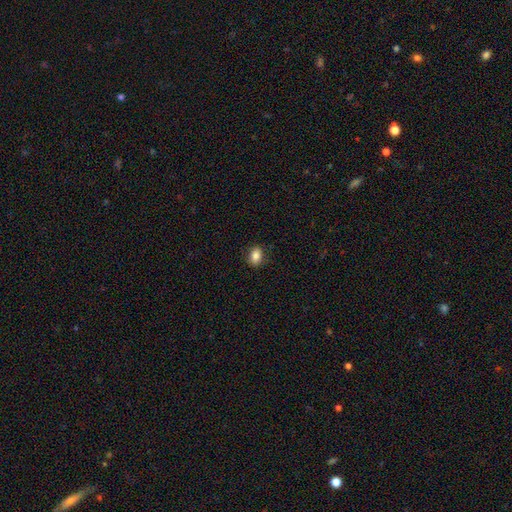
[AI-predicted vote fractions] A smooth galaxy with no disk features (84%) that is in between round and cigar-shaped (73%).

Vote fractions:
- Smooth or featured? smooth: 84% / star or artifact: 9% / featured or disk: 7%
- How rounded? in between: 73% / round: 26% / cigar-shaped: 2%
- Merging? none: 87% / minor disturbance: 10% / major disturbance: 2% / merger: 1%